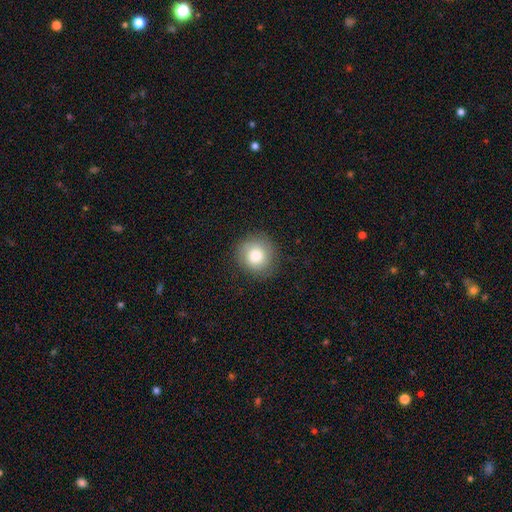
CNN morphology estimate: The model was most divided on "smooth or featured": smooth: 74%, featured or disk: 16%, star or artifact: 9%. More confident: how rounded — round (92%); merging — none (85%).